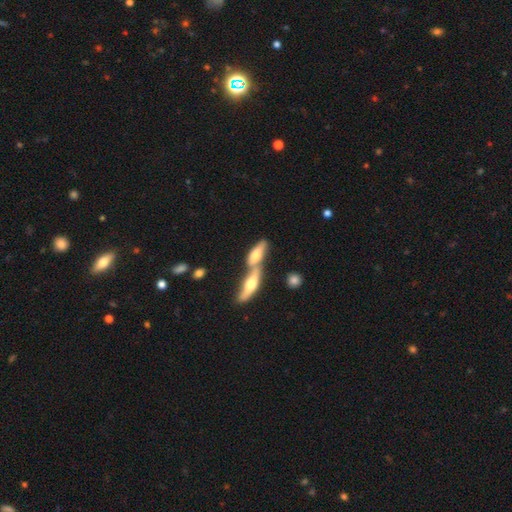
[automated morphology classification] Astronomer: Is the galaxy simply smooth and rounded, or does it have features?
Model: smooth — 56% (runner-up: featured or disk, 37%).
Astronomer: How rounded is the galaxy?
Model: in between — 54% (runner-up: cigar-shaped, 42%).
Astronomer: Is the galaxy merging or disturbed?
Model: merger — 62%.